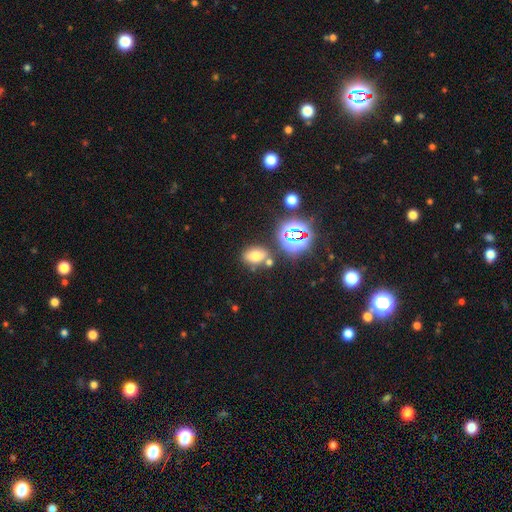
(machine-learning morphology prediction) Smooth or featured? Predicted: smooth (p=0.63). How rounded? Predicted: in between (p=0.74). Merging? Predicted: none (p=0.70).